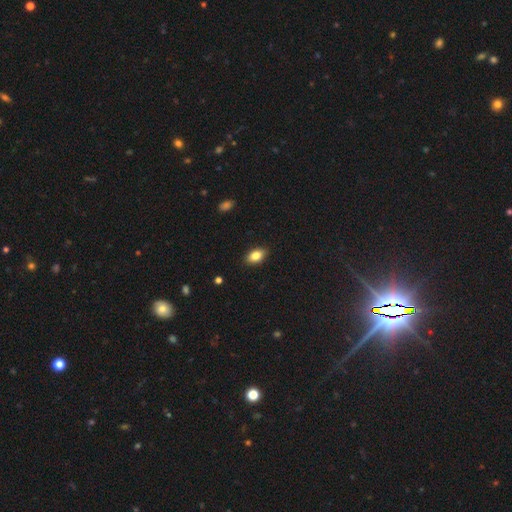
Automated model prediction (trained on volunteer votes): Smooth or featured: smooth — 84% (star or artifact — 8%)
How rounded: in between — 89% (round — 8%)
Merging: none — 89% (minor disturbance — 9%)